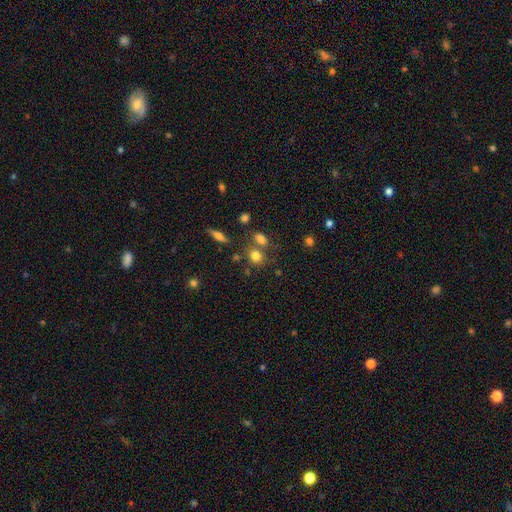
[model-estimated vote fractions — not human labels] Smooth or featured? Predicted: smooth (p=0.78). How rounded? Predicted: round (p=0.58). Merging? Predicted: none (p=0.60).